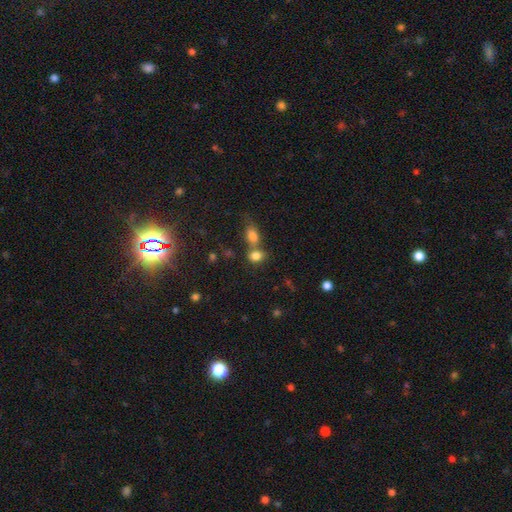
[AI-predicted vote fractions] Smooth or featured?
  - smooth: 80% *
  - star or artifact: 12%
  - featured or disk: 8%
How rounded?
  - in between: 64% *
  - round: 34%
  - cigar-shaped: 2%
Merging?
  - merger: 45% *
  - none: 41%
  - minor disturbance: 10%
  - major disturbance: 4%